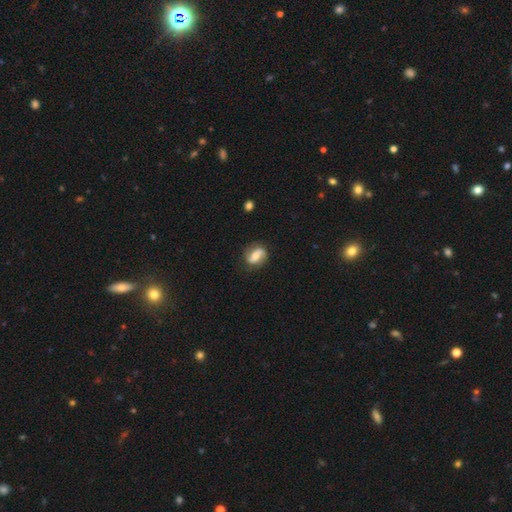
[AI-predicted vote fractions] This is likely a featured or disk galaxy (72%). It is clearly not viewed edge-on (97%). Bar: marginally weak (39%). Spiral arm pattern: clearly yes (93%). Spiral arm count: clearly 2 (88%). Spiral winding: possibly loose (45%). Central bulge: possibly moderate (53%). Merging: likely none (78%).